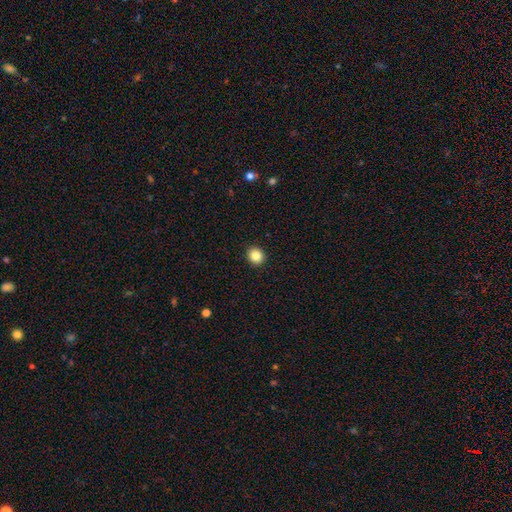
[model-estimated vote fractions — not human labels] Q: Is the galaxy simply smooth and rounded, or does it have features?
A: smooth — 84%.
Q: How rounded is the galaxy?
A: round — 82%.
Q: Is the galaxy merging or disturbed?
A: none — 93%.